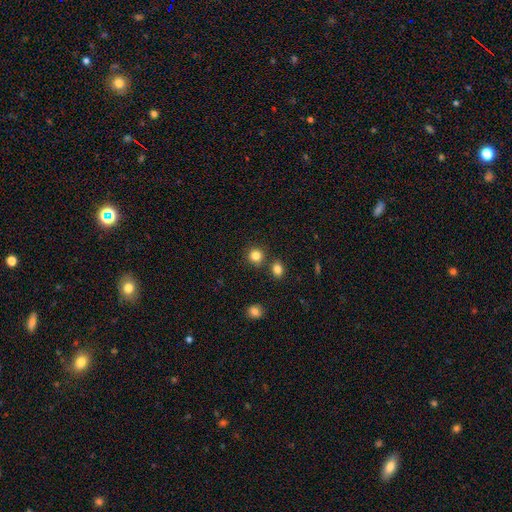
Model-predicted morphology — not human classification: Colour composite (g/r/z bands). It shows a smooth galaxy with no disk features (84%) that is round (89%). Merging: none (79%).